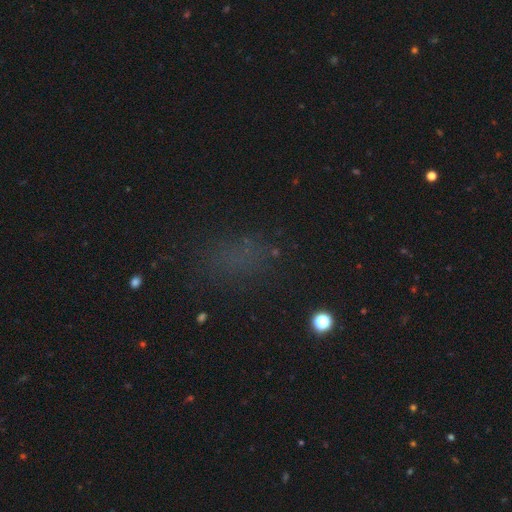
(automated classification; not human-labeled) A smooth galaxy with no disk features (45%). Merging: none (65%).